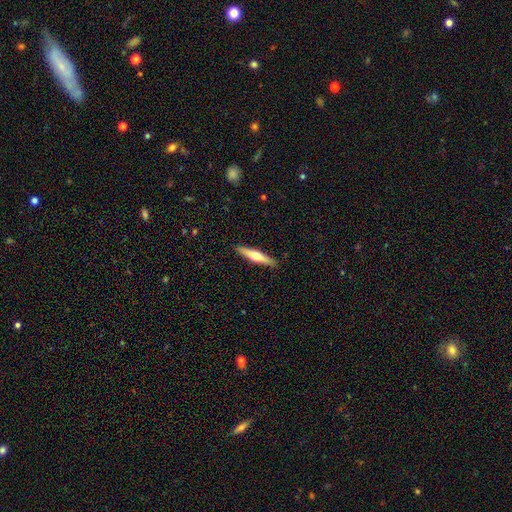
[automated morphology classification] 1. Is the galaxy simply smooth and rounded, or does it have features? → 50% featured or disk, 45% smooth, 5% star or artifact.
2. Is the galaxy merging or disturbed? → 91% none, 7% minor disturbance, 1% major disturbance, 1% merger.